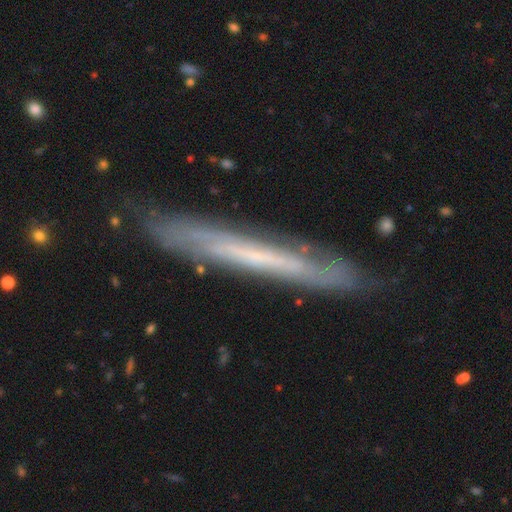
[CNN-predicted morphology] Smooth or featured? Predicted: featured or disk (p=0.63). Edge-on disk? Predicted: yes (p=0.84). Edge-on bulge? Predicted: none (p=0.88). Merging? Predicted: none (p=0.81).